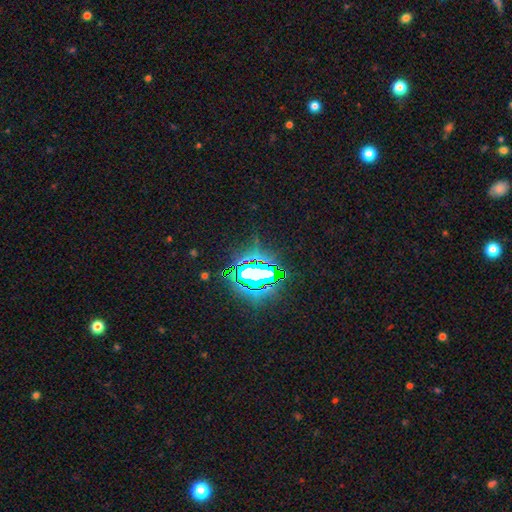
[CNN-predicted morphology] Overall: star or artifact (85%).